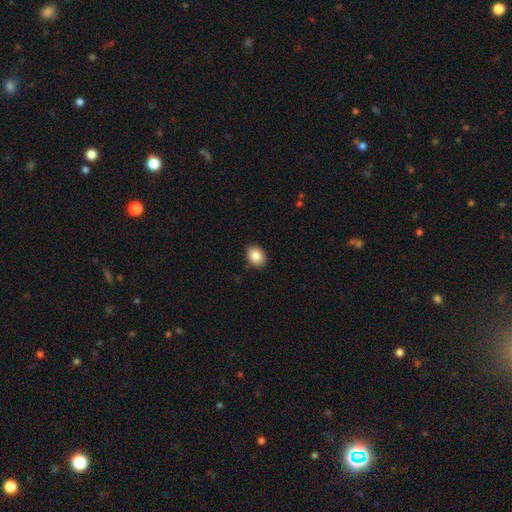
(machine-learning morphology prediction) smooth 86%, star or artifact 8%, featured or disk 6%. Down the decision tree: how rounded — in between (62%); merging — none (89%).